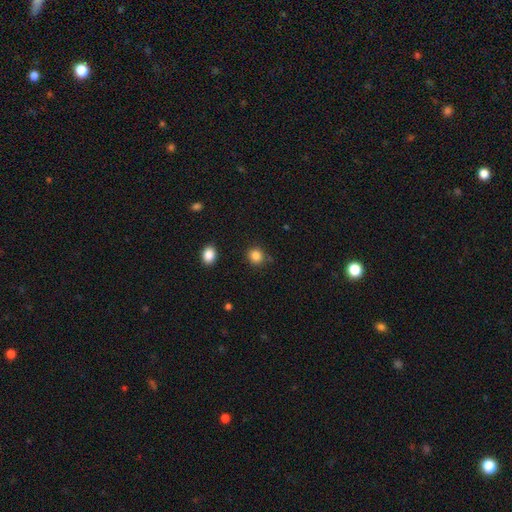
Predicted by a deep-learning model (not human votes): Smooth or featured: smooth — 84% (star or artifact — 11%)
How rounded: round — 85% (in between — 14%)
Merging: none — 82% (minor disturbance — 11%)